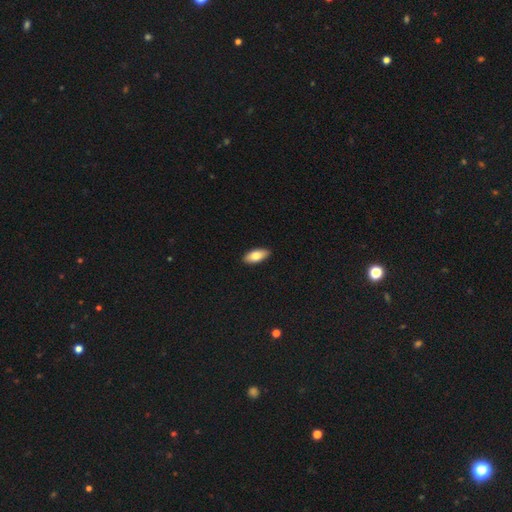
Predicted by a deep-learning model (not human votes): smooth 80%, featured or disk 14%, star or artifact 6%. Down the decision tree: how rounded — in between (87%); merging — none (90%).